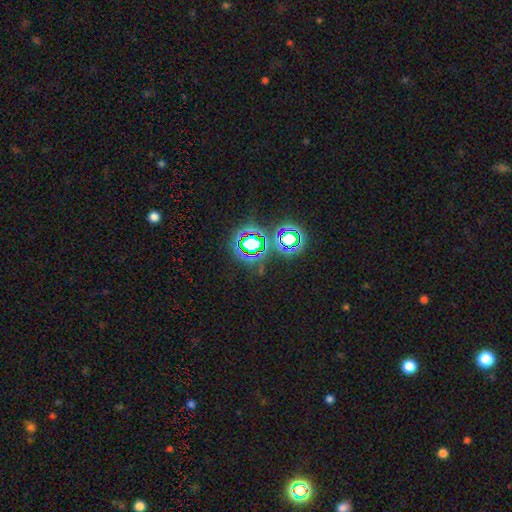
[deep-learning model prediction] A star or artifact, not a galaxy (76%).

Vote fractions:
- Smooth or featured? star or artifact: 76% / smooth: 14% / featured or disk: 10%